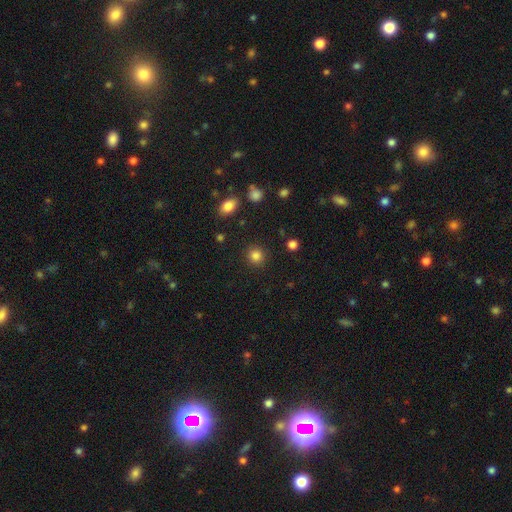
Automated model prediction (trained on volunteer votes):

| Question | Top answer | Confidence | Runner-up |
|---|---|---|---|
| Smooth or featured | smooth | 84% | star or artifact (12%) |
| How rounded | round | 90% | in between (9%) |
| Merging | none | 90% | minor disturbance (6%) |